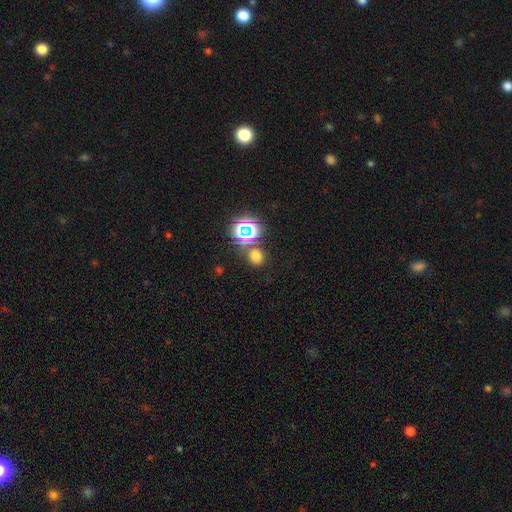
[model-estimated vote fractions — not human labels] Smooth or featured?
  - smooth: 65% *
  - star or artifact: 29%
  - featured or disk: 6%
How rounded?
  - round: 76% *
  - in between: 23%
  - cigar-shaped: 1%
Merging?
  - none: 78% *
  - merger: 10%
  - minor disturbance: 8%
  - major disturbance: 4%